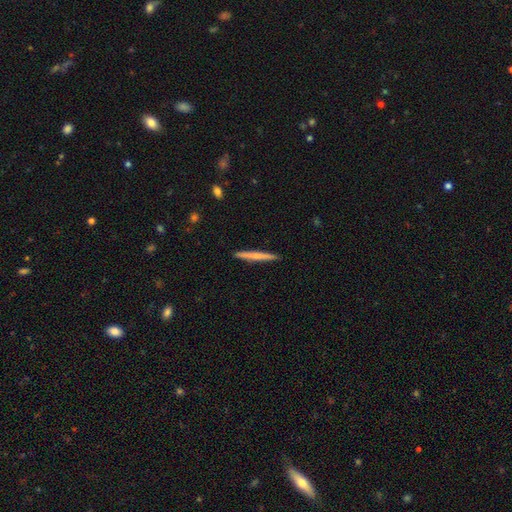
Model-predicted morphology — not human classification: Smooth or featured?
  - smooth: 55% *
  - featured or disk: 40%
  - star or artifact: 5%
How rounded?
  - cigar-shaped: 97% *
  - in between: 2%
  - round: 1%
Merging?
  - none: 92% *
  - minor disturbance: 5%
  - major disturbance: 1%
  - merger: 1%